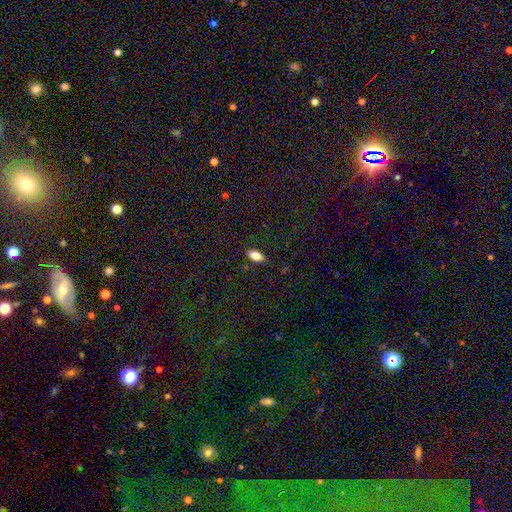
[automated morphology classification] This appears to be a smooth galaxy with no disk features (84%) that is in between round and cigar-shaped (90%). Merging: none (88%).